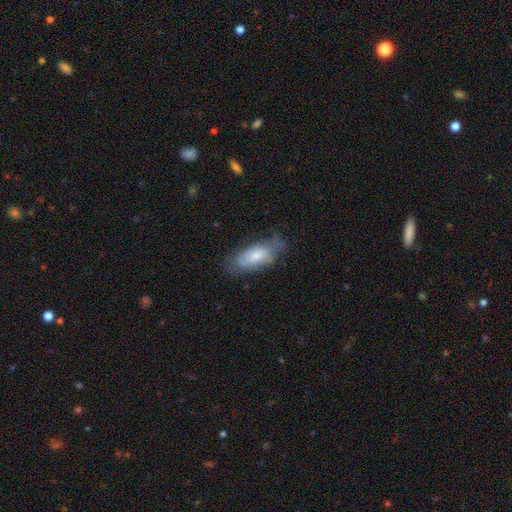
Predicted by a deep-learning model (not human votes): Smooth or featured: smooth — 65% (featured or disk — 29%)
How rounded: in between — 83% (cigar-shaped — 14%)
Merging: none — 56% (minor disturbance — 30%)